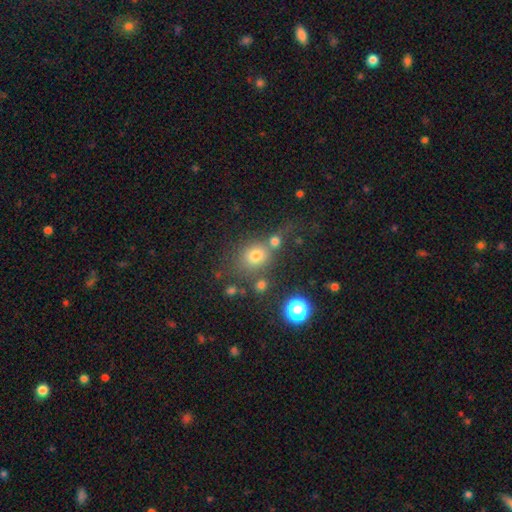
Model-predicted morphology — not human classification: type=smooth (71%); roundness=round (72%); merging=none (56%).